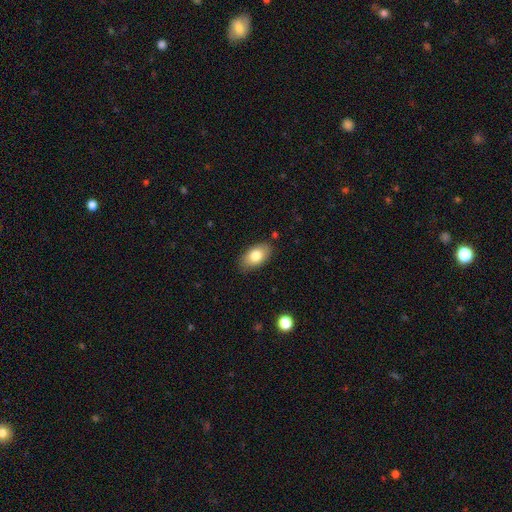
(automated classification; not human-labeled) Smooth or featured?
  - smooth: 79% *
  - featured or disk: 14%
  - star or artifact: 7%
How rounded?
  - in between: 93% *
  - round: 5%
  - cigar-shaped: 2%
Merging?
  - none: 85% *
  - minor disturbance: 12%
  - major disturbance: 2%
  - merger: 1%